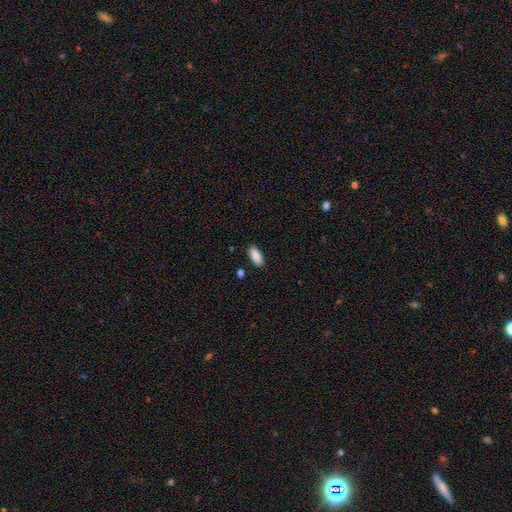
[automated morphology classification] Smooth or featured?
  - smooth: 89% *
  - star or artifact: 6%
  - featured or disk: 4%
How rounded?
  - in between: 83% *
  - cigar-shaped: 15%
  - round: 2%
Merging?
  - none: 87% *
  - minor disturbance: 9%
  - major disturbance: 2%
  - merger: 2%